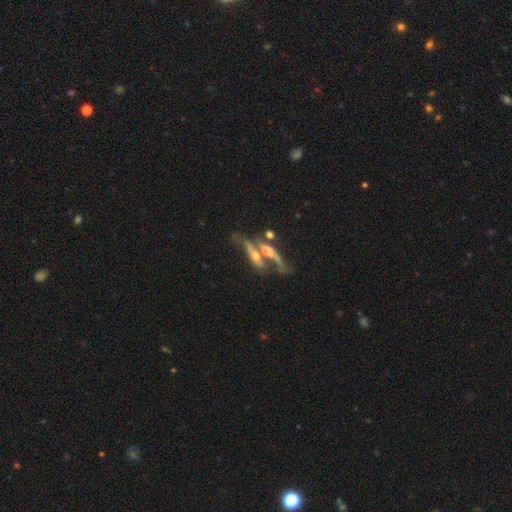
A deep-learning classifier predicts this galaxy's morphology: Smooth or featured? Predicted: featured or disk (p=0.69). Edge-on disk? Predicted: yes (p=0.60). Merging? Predicted: merger (p=0.53).